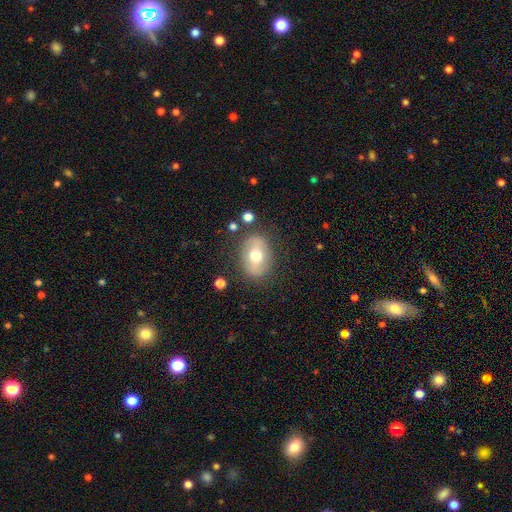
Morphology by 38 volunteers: A smooth galaxy with no disk features (50%) that is in between round and cigar-shaped (74%). Merging: none (80%).